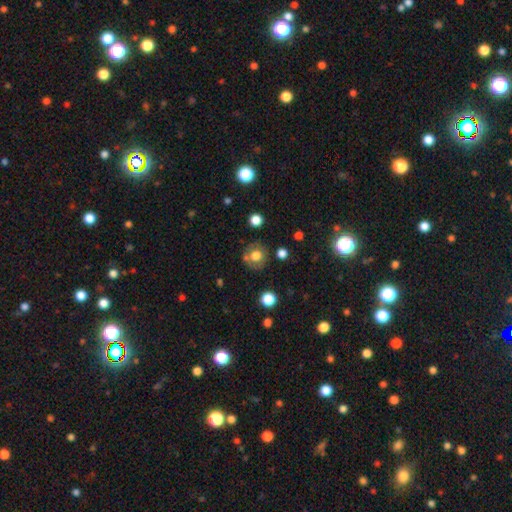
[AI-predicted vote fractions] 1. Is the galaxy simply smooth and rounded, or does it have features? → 71% smooth, 17% featured or disk, 12% star or artifact.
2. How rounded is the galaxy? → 86% round, 13% in between, 1% cigar-shaped.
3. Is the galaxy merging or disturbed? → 73% none, 14% minor disturbance, 9% merger, 5% major disturbance.